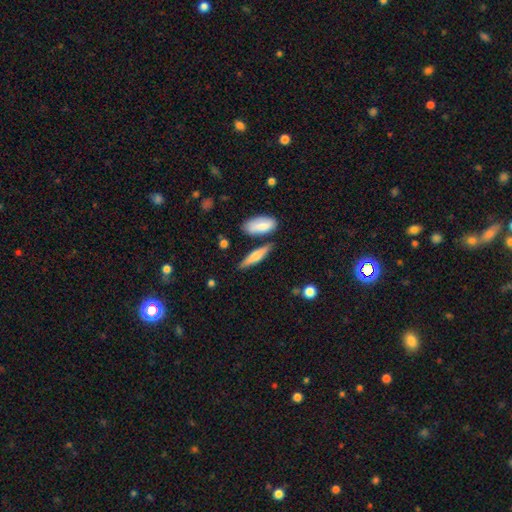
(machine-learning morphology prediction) type=smooth (53%); roundness=cigar-shaped (68%); merging=none (75%).